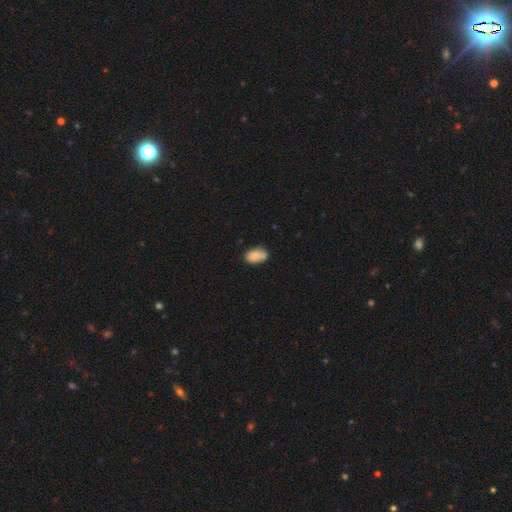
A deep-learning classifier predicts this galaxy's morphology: Smooth or featured? Predicted: smooth (p=0.83). How rounded? Predicted: in between (p=0.90). Merging? Predicted: none (p=0.66).